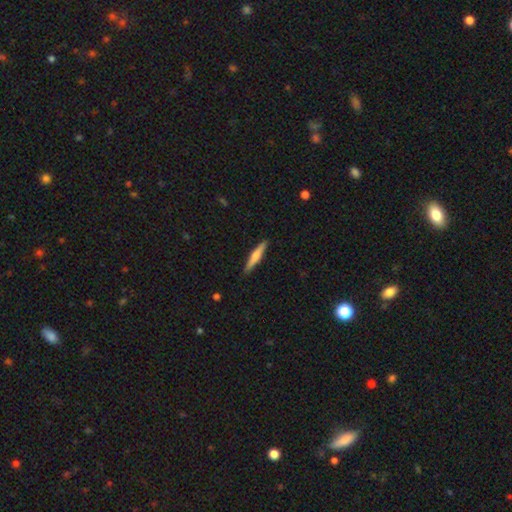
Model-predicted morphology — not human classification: Smooth or featured?
  - smooth: 57% *
  - featured or disk: 38%
  - star or artifact: 5%
How rounded?
  - cigar-shaped: 91% *
  - in between: 7%
  - round: 2%
Merging?
  - none: 89% *
  - minor disturbance: 8%
  - major disturbance: 2%
  - merger: 1%